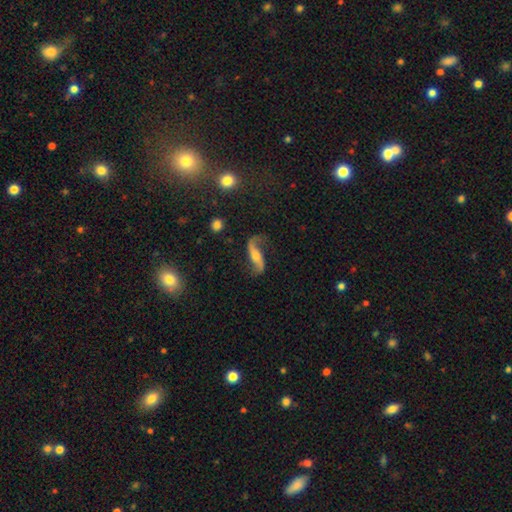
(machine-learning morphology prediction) Smooth or featured?
  - featured or disk: 82% *
  - smooth: 12%
  - star or artifact: 6%
Edge-on disk?
  - no: 86% *
  - yes: 14%
Bar?
  - no: 46% *
  - strong: 28%
  - weak: 25%
Spiral arms?
  - yes: 94% *
  - no: 6%
Spiral winding?
  - loose: 89% *
  - medium: 8%
  - tight: 3%
Spiral arm count?
  - 2: 91% *
  - 1: 4%
  - can't tell: 2%
  - 3: 1%
  - 4: 1%
  - more than 4: 1%
Bulge size?
  - moderate: 48% *
  - small: 42%
  - large: 4%
  - none: 3%
  - dominant: 2%
Merging?
  - none: 71% *
  - minor disturbance: 16%
  - major disturbance: 10%
  - merger: 2%